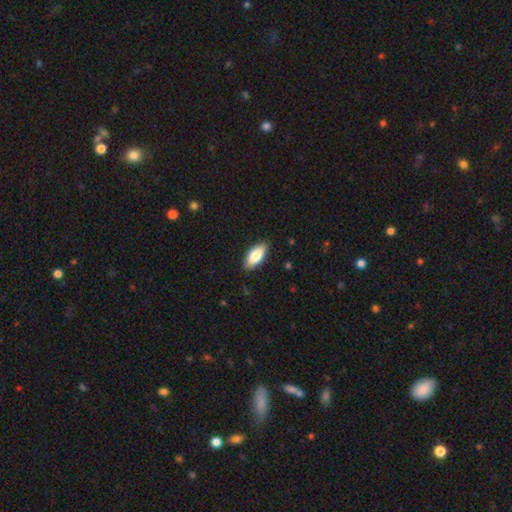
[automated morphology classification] A smooth galaxy with no disk features (81%) that is in between round and cigar-shaped (88%).

Vote fractions:
- Smooth or featured? smooth: 81% / featured or disk: 13% / star or artifact: 6%
- How rounded? in between: 88% / cigar-shaped: 10% / round: 2%
- Merging? none: 87% / minor disturbance: 10% / major disturbance: 2% / merger: 1%